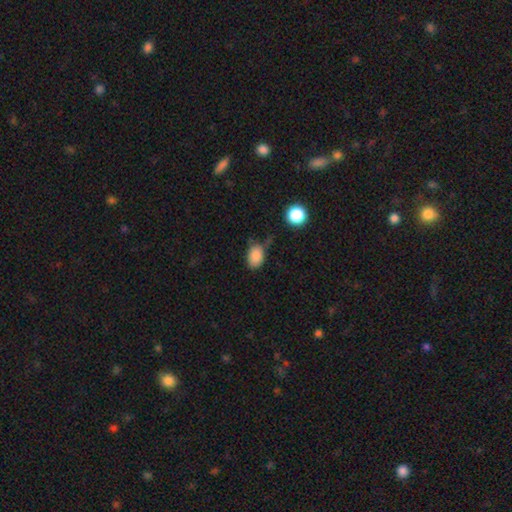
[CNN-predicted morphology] Overall: smooth (86%). How rounded: in between (81%). Merging: none (63%; minor disturbance 25%).